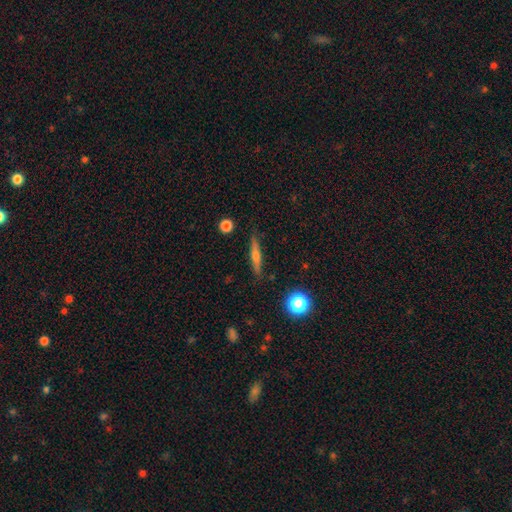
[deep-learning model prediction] The model was most divided on "smooth or featured": featured or disk: 50%, smooth: 41%, star or artifact: 9%. More confident: edge-on disk — yes (96%); merging — none (89%).